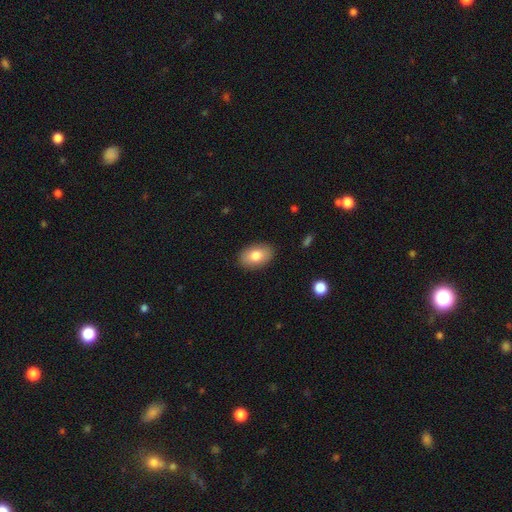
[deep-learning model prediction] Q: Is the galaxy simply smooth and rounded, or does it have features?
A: smooth — 80%.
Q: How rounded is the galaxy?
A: in between — 89%.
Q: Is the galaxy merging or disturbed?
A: none — 88%.